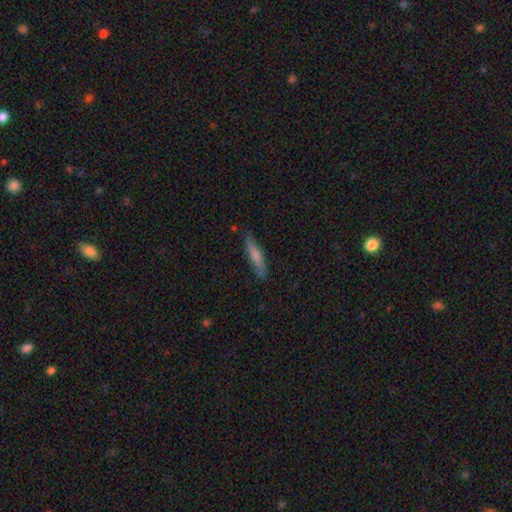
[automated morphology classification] A smooth galaxy with no disk features (68%) that is cigar-shaped (87%).

Vote fractions:
- Smooth or featured? smooth: 68% / featured or disk: 26% / star or artifact: 6%
- How rounded? cigar-shaped: 87% / in between: 11% / round: 2%
- Merging? none: 81% / minor disturbance: 15% / major disturbance: 3% / merger: 2%